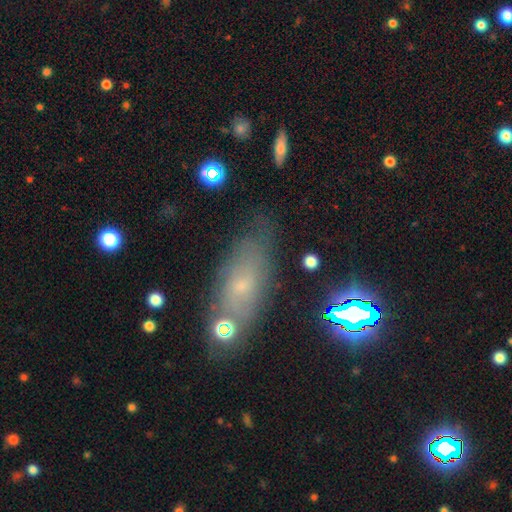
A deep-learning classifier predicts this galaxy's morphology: This is possibly a smooth galaxy (49%). Merging: likely none (65%).